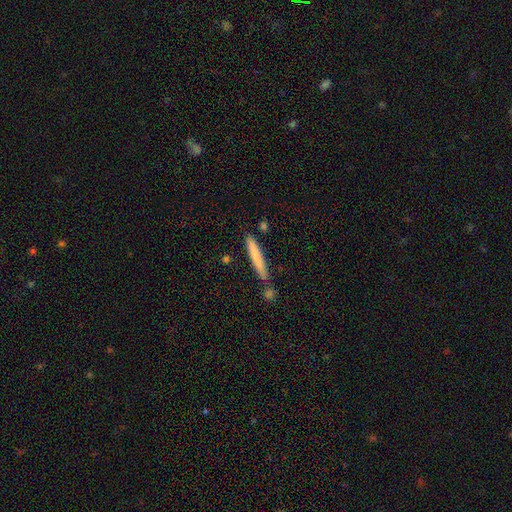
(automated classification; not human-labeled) Overall: smooth (74%). How rounded: cigar-shaped (95%). Merging: none (78%).